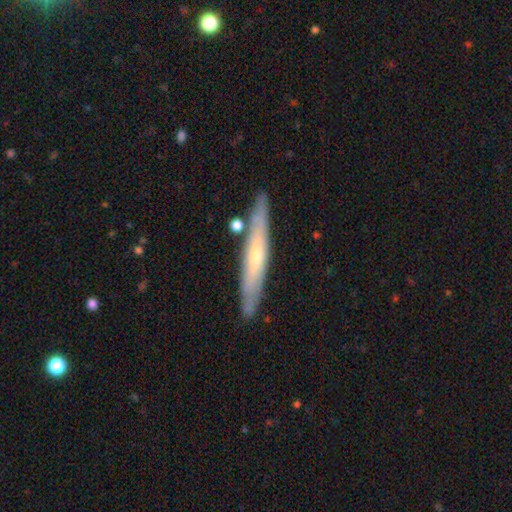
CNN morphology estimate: A featured or disk galaxy (53%) viewed edge-on (85%). Merging: none (84%).